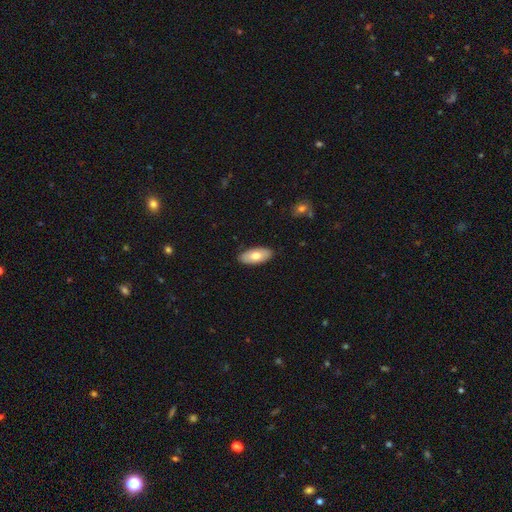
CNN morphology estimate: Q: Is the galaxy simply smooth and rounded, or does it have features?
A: smooth — 71%.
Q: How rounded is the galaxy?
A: in between — 91%.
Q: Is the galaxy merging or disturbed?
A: none — 89%.